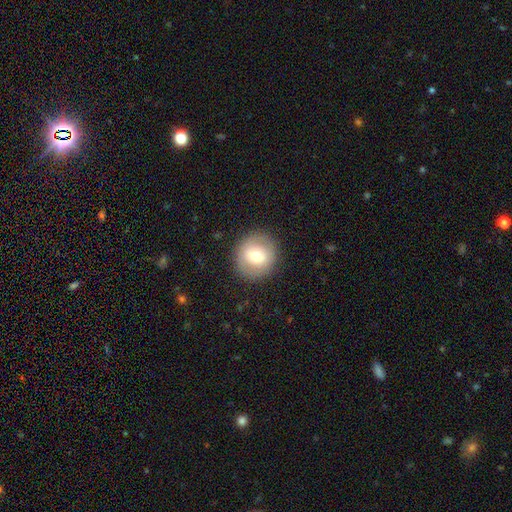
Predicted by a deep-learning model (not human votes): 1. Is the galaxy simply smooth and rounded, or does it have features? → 64% smooth, 28% featured or disk, 8% star or artifact.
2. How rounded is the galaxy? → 90% round, 9% in between, 1% cigar-shaped.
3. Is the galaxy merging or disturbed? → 87% none, 8% minor disturbance, 4% major disturbance, 1% merger.